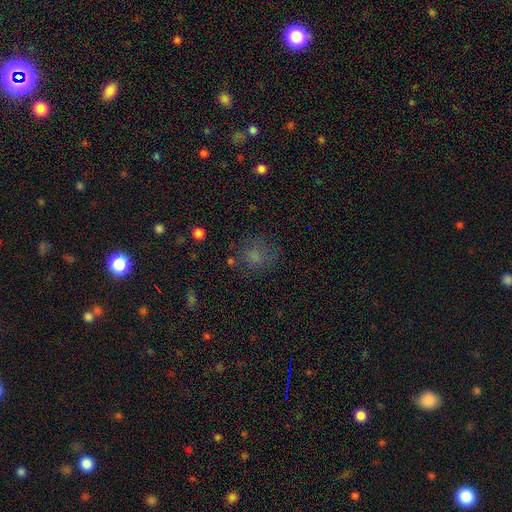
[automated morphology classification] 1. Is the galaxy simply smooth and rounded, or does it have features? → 67% smooth, 19% star or artifact, 14% featured or disk.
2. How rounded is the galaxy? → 74% round, 25% in between, 1% cigar-shaped.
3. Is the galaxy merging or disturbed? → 64% none, 19% minor disturbance, 14% major disturbance, 3% merger.